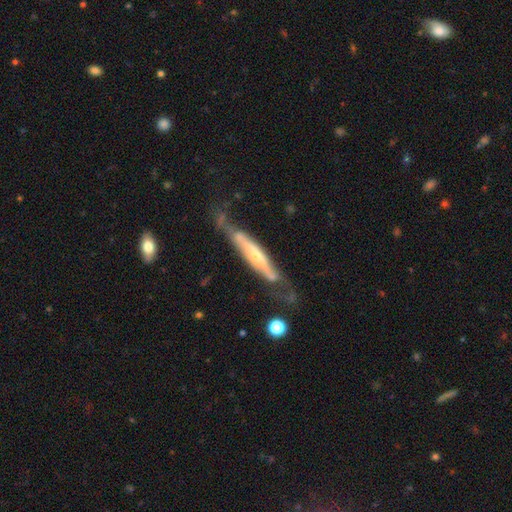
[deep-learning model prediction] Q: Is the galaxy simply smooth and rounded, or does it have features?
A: featured or disk — 75%.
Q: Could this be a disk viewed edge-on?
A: yes — 68%.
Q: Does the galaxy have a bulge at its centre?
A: rounded — 58%.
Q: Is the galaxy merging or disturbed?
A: none — 53%.